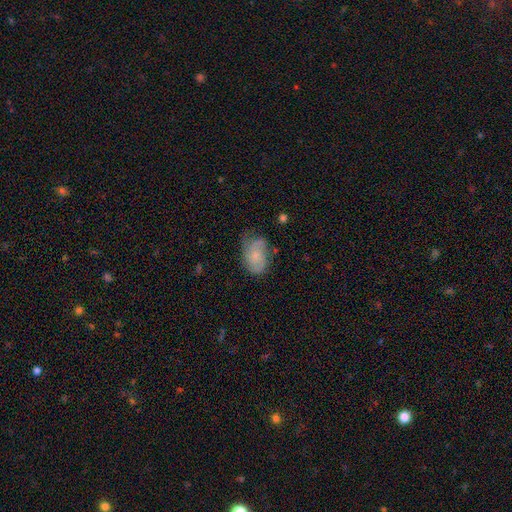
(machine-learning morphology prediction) Smooth or featured? Predicted: featured or disk (p=0.55). Edge-on disk? Predicted: no (p=0.97). Bar? Predicted: no (p=0.74). Spiral arms? Predicted: yes (p=0.86). Bulge size? Predicted: small (p=0.60). Merging? Predicted: none (p=0.53).